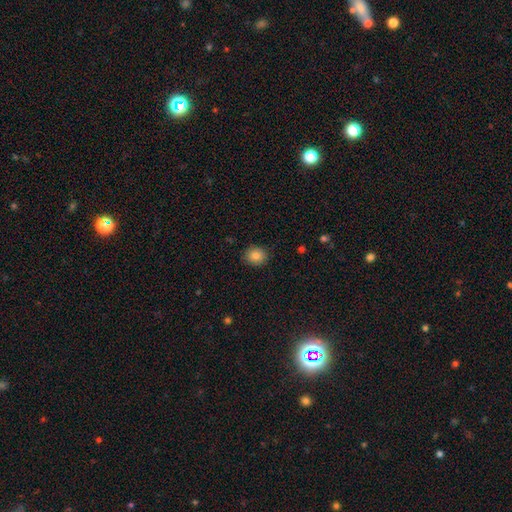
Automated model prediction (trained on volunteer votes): smooth_or_featured: smooth (p=0.85) [alt: star or artifact p=0.09]
how_rounded: round (p=0.68) [alt: in between p=0.31]
merging: none (p=0.88) [alt: minor disturbance p=0.09]